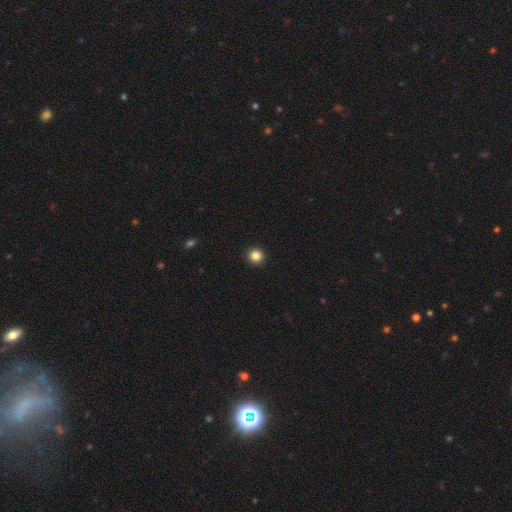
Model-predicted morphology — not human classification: smooth_or_featured: smooth (p=0.85) [alt: star or artifact p=0.11]
how_rounded: round (p=0.92) [alt: in between p=0.07]
merging: none (p=0.94) [alt: minor disturbance p=0.04]